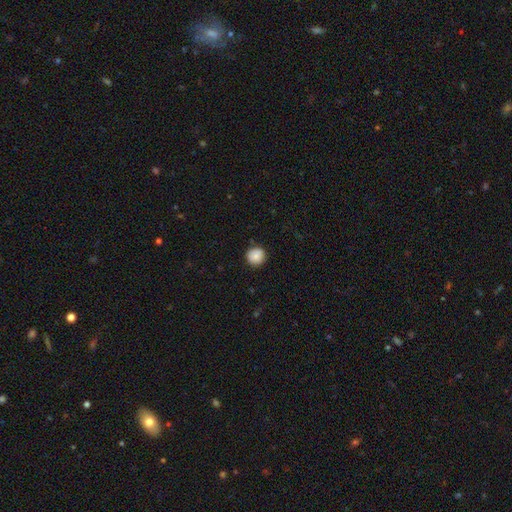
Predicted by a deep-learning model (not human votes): The model was most divided on "smooth or featured": smooth: 85%, star or artifact: 8%, featured or disk: 7%. More confident: how rounded — round (93%); merging — none (88%).